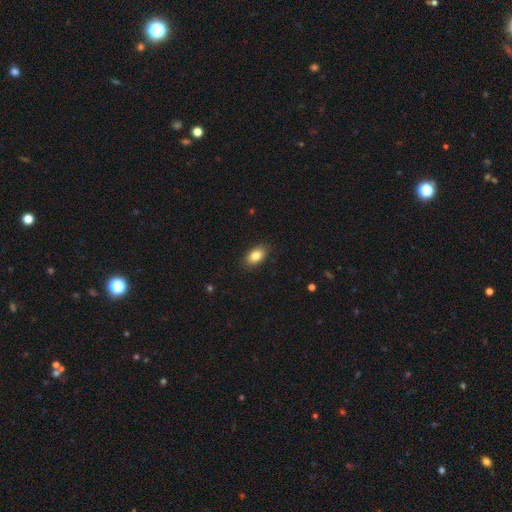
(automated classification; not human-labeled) This is clearly a smooth galaxy (83%). How rounded: clearly in between (89%). Merging: clearly none (87%).